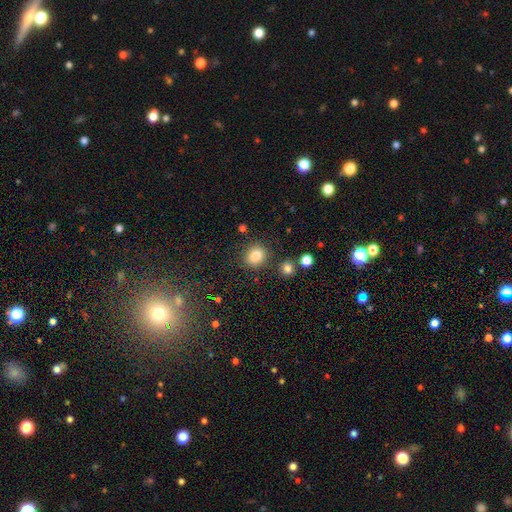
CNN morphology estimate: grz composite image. It shows a smooth galaxy with no disk features (82%) that is round (75%). Merging: none (83%).